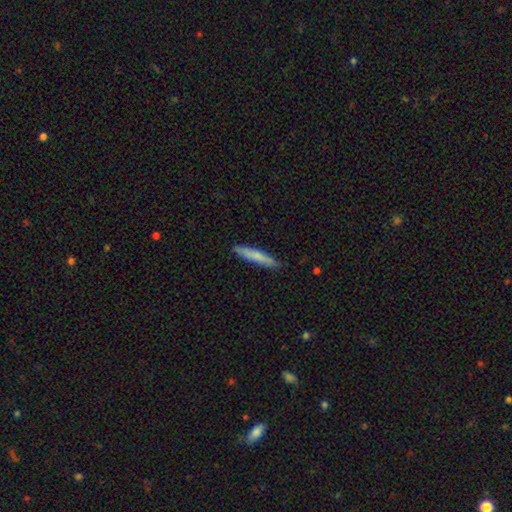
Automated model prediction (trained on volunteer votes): Smooth or featured: smooth — 76% (featured or disk — 18%)
How rounded: cigar-shaped — 92% (in between — 6%)
Merging: none — 89% (minor disturbance — 8%)